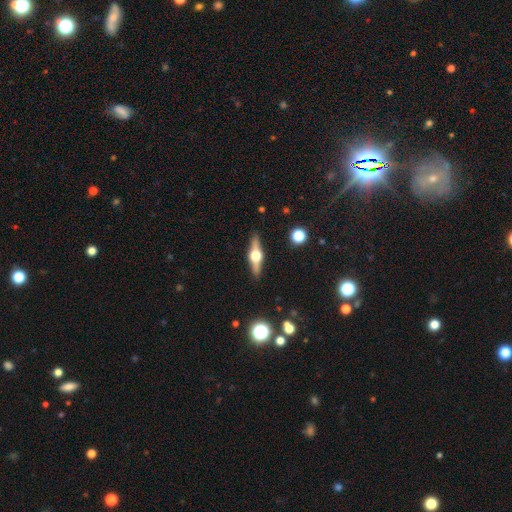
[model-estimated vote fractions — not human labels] Smooth or featured? Predicted: featured or disk (p=0.75). Edge-on disk? Predicted: yes (p=0.96). Edge-on bulge? Predicted: rounded (p=0.95). Merging? Predicted: none (p=0.89).